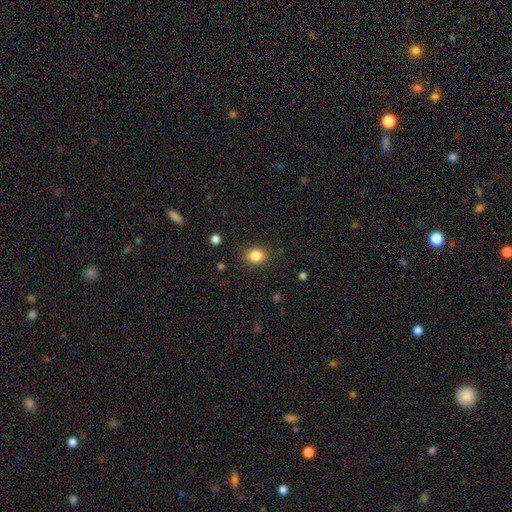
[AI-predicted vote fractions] Smooth or featured? smooth (84%)
How rounded? in between (52%)
Merging? none (87%)